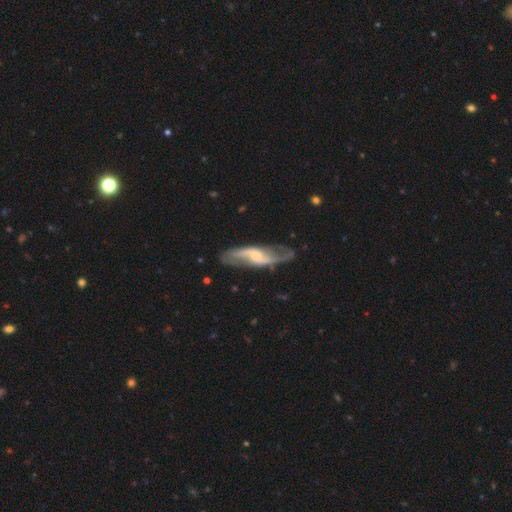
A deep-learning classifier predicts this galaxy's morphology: Smooth or featured? Predicted: featured or disk (p=0.81). Edge-on disk? Predicted: no (p=0.86). Bar? Predicted: weak (p=0.44). Spiral arms? Predicted: yes (p=0.93). Spiral winding? Predicted: loose (p=0.64). Spiral arm count? Predicted: 2 (p=0.89). Bulge size? Predicted: small (p=0.46). Merging? Predicted: none (p=0.74).